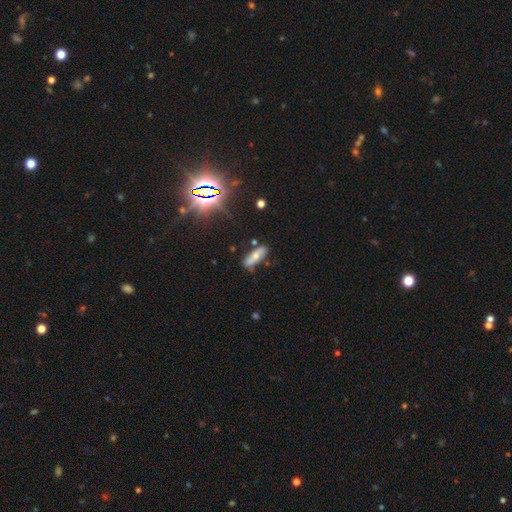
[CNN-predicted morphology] The model was most divided on "smooth or featured": smooth: 53%, featured or disk: 34%, star or artifact: 13%. More confident: merging — none (71%); how rounded — in between (58%).